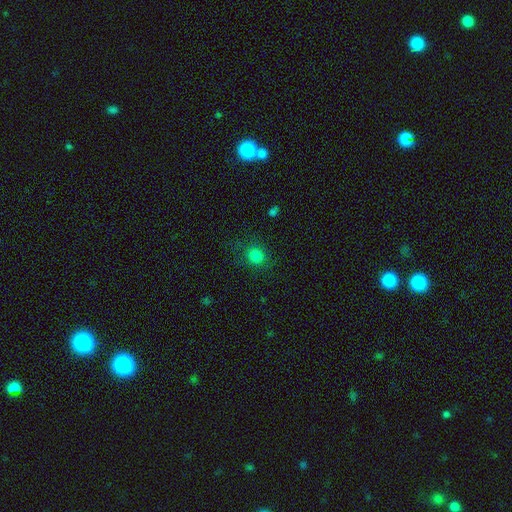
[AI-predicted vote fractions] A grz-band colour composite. It shows a smooth galaxy with no disk features (82%) that is round (82%). Merging: none (78%).